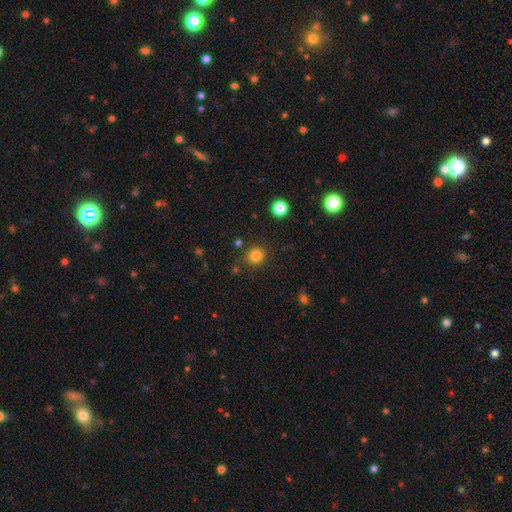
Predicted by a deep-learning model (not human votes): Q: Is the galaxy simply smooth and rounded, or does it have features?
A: smooth — 81%.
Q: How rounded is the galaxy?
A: round — 88%.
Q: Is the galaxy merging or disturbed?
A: none — 87%.